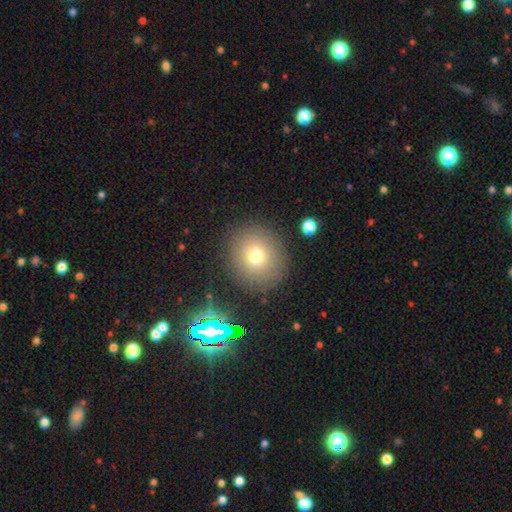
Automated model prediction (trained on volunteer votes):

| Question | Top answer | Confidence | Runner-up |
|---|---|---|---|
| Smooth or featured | smooth | 71% | star or artifact (15%) |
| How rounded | round | 86% | in between (13%) |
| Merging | none | 85% | minor disturbance (8%) |